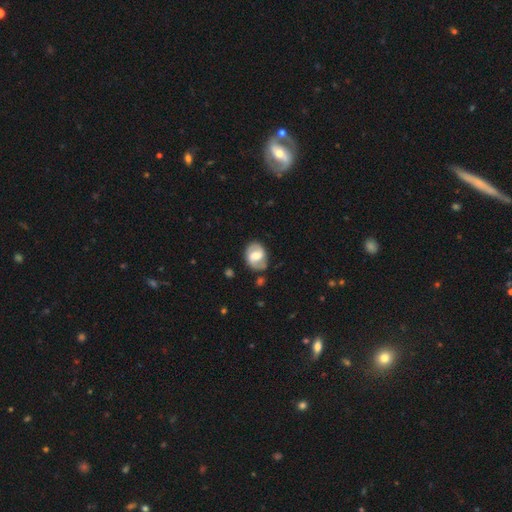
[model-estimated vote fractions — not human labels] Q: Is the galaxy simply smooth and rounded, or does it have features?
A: featured or disk — 66%.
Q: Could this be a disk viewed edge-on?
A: no — 97%.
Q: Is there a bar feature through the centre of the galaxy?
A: weak — 49%.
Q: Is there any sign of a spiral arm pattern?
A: yes — 85%.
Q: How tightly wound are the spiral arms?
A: medium — 46%.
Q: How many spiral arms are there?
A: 2 — 84%.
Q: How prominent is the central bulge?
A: moderate — 58%.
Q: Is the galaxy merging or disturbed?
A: none — 72%.